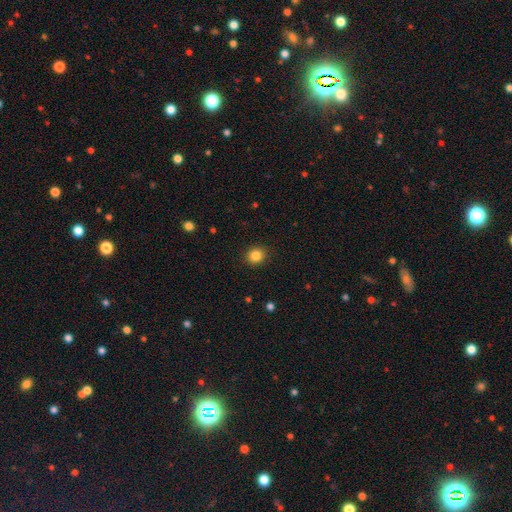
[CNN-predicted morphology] type=smooth (84%); roundness=round (80%); merging=none (91%).